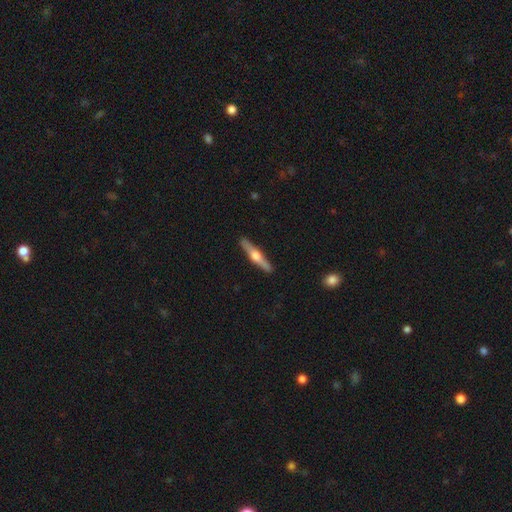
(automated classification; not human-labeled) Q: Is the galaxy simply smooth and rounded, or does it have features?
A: featured or disk — 66%.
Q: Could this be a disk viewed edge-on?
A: yes — 97%.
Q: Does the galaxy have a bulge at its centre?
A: rounded — 93%.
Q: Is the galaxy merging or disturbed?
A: none — 91%.